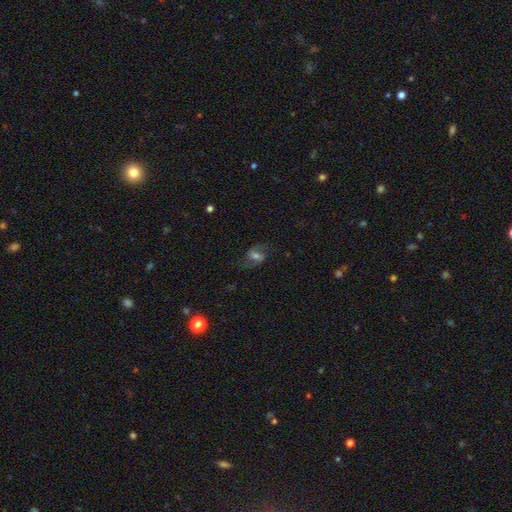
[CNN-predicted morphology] Smooth or featured?
  - featured or disk: 65% *
  - smooth: 24%
  - star or artifact: 11%
Edge-on disk?
  - no: 96% *
  - yes: 4%
Bar?
  - weak: 45% *
  - no: 31%
  - strong: 24%
Spiral arms?
  - yes: 90% *
  - no: 10%
Spiral winding?
  - loose: 50% *
  - medium: 41%
  - tight: 9%
Spiral arm count?
  - 2: 90% *
  - can't tell: 4%
  - 1: 3%
  - 3: 1%
  - 4: 1%
  - more than 4: 1%
Bulge size?
  - moderate: 56% *
  - small: 25%
  - large: 13%
  - none: 4%
  - dominant: 2%
Merging?
  - none: 72% *
  - minor disturbance: 15%
  - major disturbance: 11%
  - merger: 1%